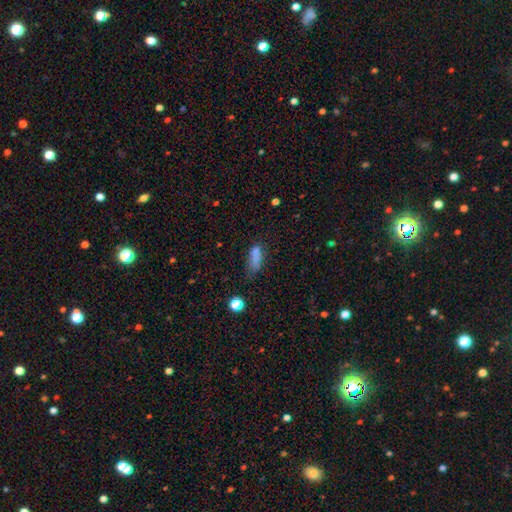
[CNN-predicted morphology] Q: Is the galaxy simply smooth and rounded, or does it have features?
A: smooth — 75%.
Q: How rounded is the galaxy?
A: in between — 70%.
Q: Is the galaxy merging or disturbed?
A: none — 39%.